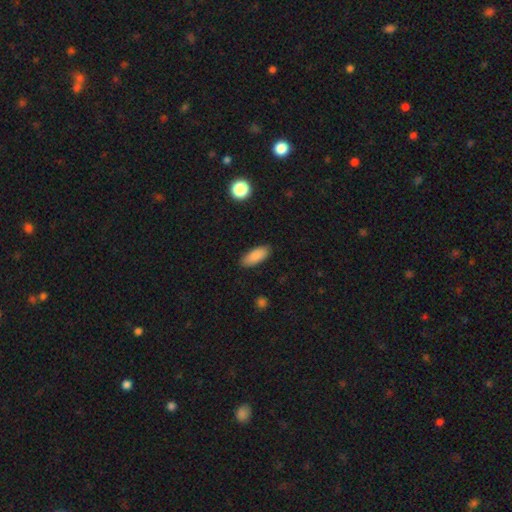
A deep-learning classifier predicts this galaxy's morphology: smooth-or-featured: smooth: 87% | star or artifact: 7% | featured or disk: 6%
  how-rounded: in between: 83% | cigar-shaped: 15% | round: 2%
  merging: none: 88% | minor disturbance: 9% | major disturbance: 2% | merger: 1%